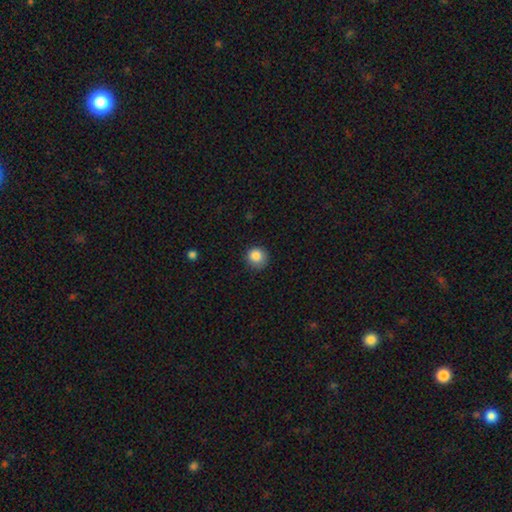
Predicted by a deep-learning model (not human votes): smooth-or-featured: smooth: 86% | star or artifact: 10% | featured or disk: 4%
  how-rounded: round: 92% | in between: 7% | cigar-shaped: 1%
  merging: none: 82% | minor disturbance: 14% | major disturbance: 3% | merger: 1%